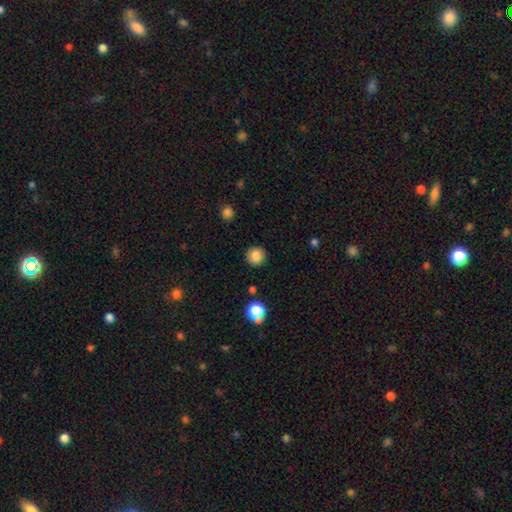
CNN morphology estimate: The model was most divided on "smooth or featured": smooth: 85%, star or artifact: 10%, featured or disk: 5%. More confident: how rounded — round (92%); merging — none (90%).